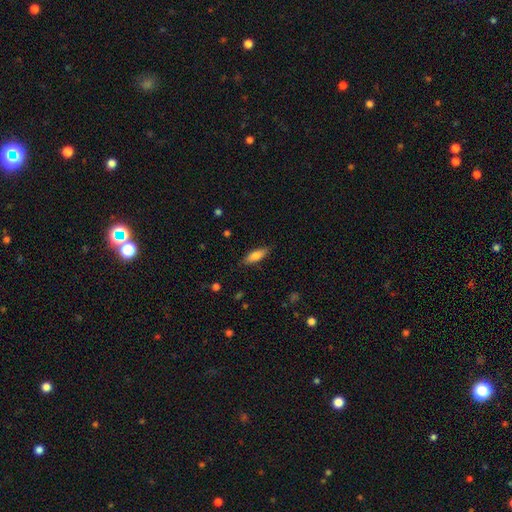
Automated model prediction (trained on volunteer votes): Smooth or featured? smooth (79%)
How rounded? in between (53%)
Merging? none (85%)